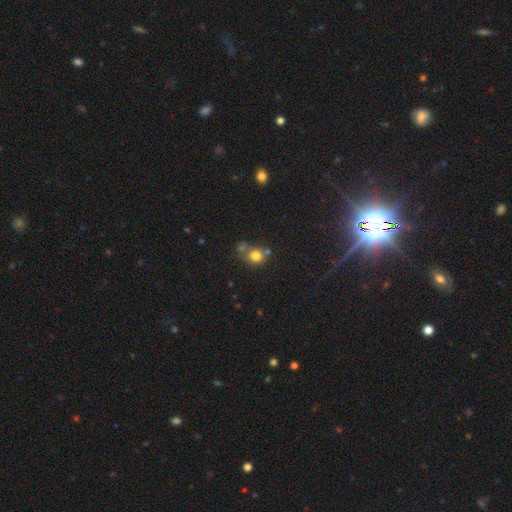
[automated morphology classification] smooth_or_featured: smooth (p=0.77) [alt: star or artifact p=0.13]
how_rounded: round (p=0.77) [alt: in between p=0.22]
merging: none (p=0.53) [alt: merger p=0.27]